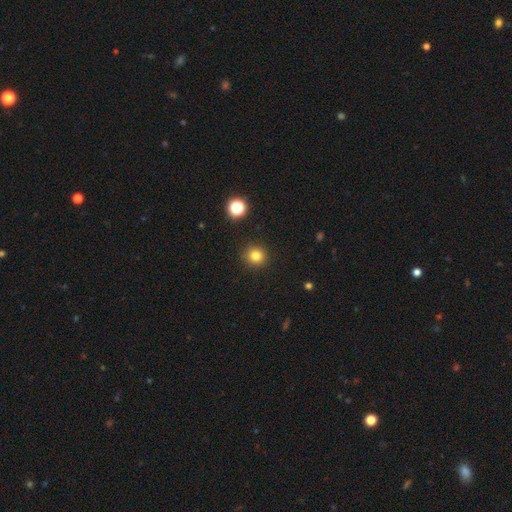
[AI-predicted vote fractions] This appears to be a smooth galaxy with no disk features (81%) that is round (93%). Merging: none (91%).